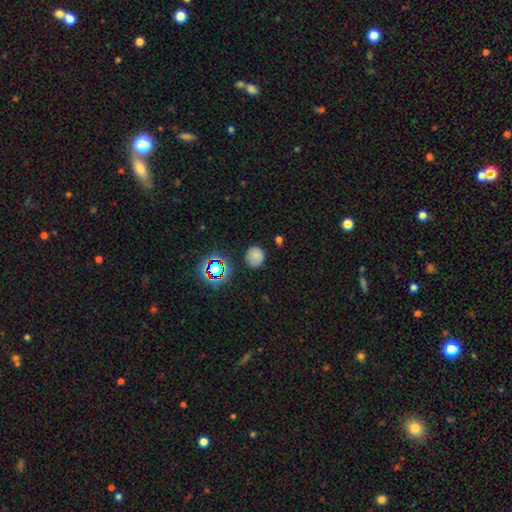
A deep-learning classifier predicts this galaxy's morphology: smooth 73%, star or artifact 17%, featured or disk 10%. Down the decision tree: how rounded — round (89%); merging — none (79%).